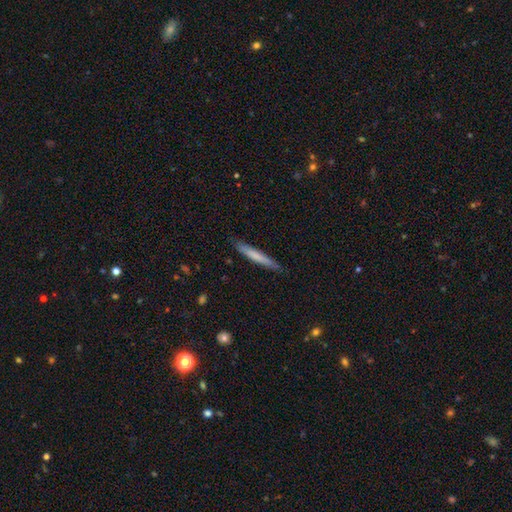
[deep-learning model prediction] Overall: smooth (68%). How rounded: cigar-shaped (96%). Merging: none (88%).